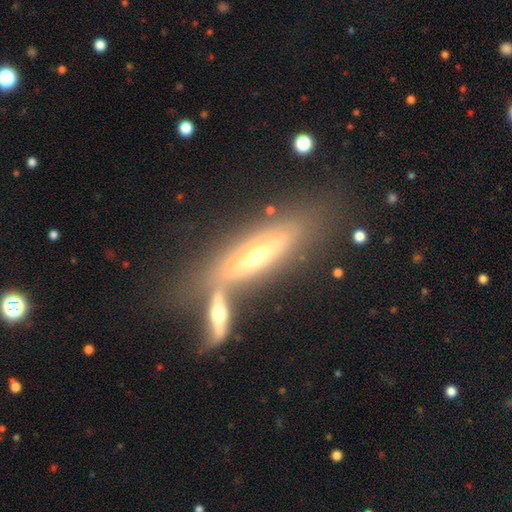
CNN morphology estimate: A featured or disk galaxy (61%) viewed edge-on (72%).

Vote fractions:
- Smooth or featured? featured or disk: 61% / smooth: 31% / star or artifact: 8%
- Edge-on disk? yes: 72% / no: 28%
- Merging? none: 41% / merger: 40% / minor disturbance: 12% / major disturbance: 7%